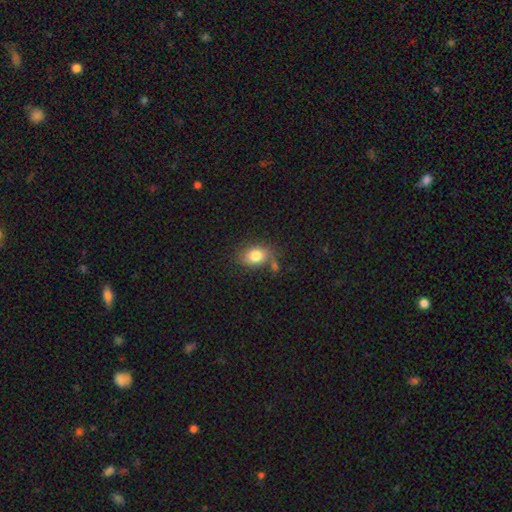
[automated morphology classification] Smooth or featured: smooth — 81% (featured or disk — 10%)
How rounded: in between — 72% (round — 27%)
Merging: none — 63% (minor disturbance — 18%)